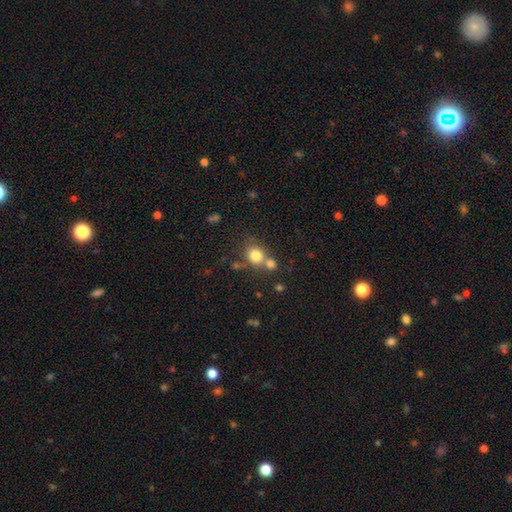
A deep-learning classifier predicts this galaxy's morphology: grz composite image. It shows a smooth galaxy with no disk features (79%) that is round (77%). Merging: none (53%).